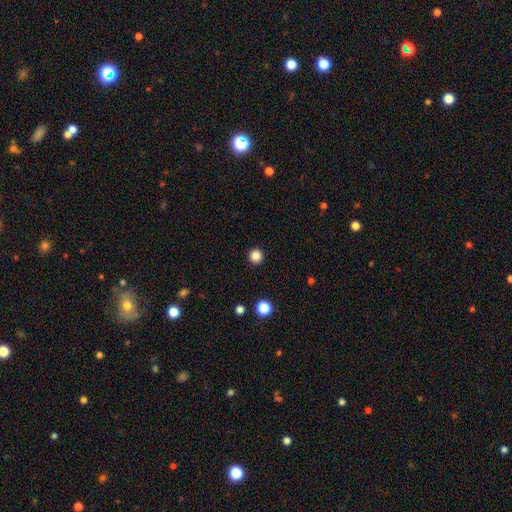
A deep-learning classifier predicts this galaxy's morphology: A smooth galaxy with no disk features (85%) that is round (96%). Merging: none (93%).